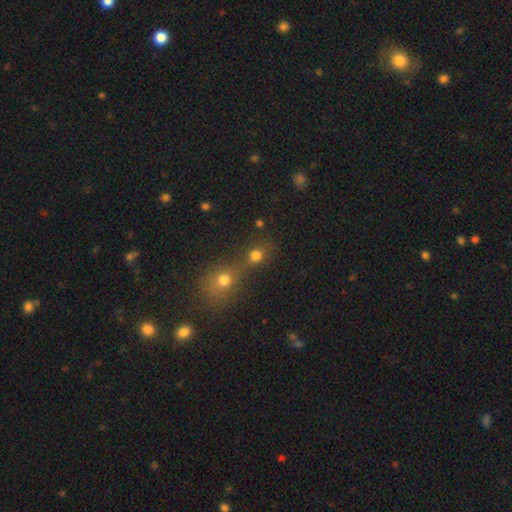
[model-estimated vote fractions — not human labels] Morphology: type=smooth (75%); roundness=round (84%); merging=merger (49%).